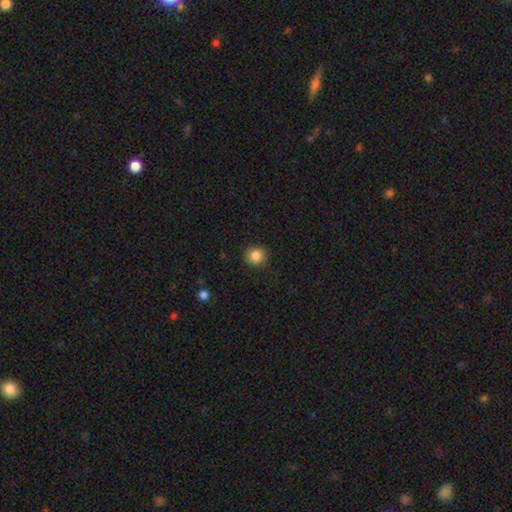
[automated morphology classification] type=smooth (86%); roundness=round (90%); merging=none (88%).